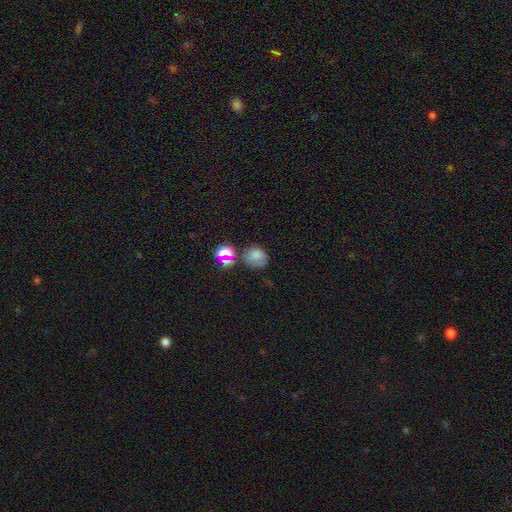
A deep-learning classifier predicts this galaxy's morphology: The model was most divided on "merging": none: 61%, minor disturbance: 19%, merger: 13%, major disturbance: 7%. More confident: smooth or featured — smooth (73%); how rounded — round (72%).